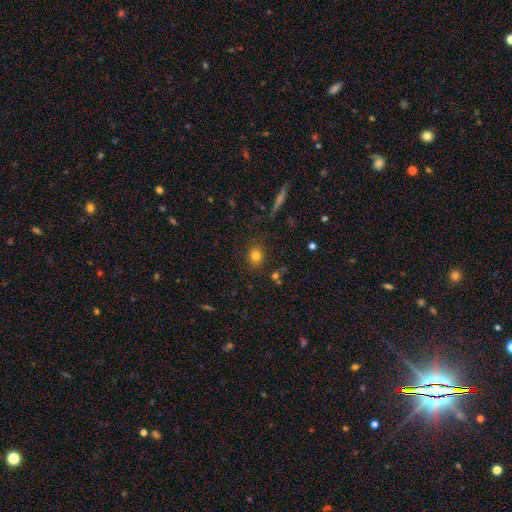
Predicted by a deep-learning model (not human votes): Q: Smooth or featured?
A: smooth (79%); runner-up: star or artifact (13%)
Q: How rounded?
A: round (70%); runner-up: in between (29%)
Q: Merging?
A: none (84%); runner-up: minor disturbance (10%)